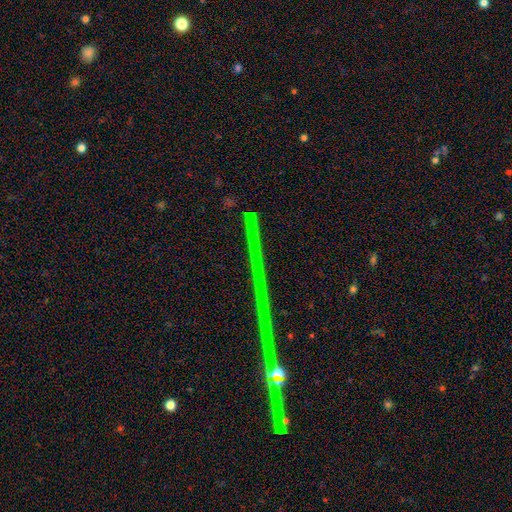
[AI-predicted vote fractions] A star or artifact, not a galaxy (67%).